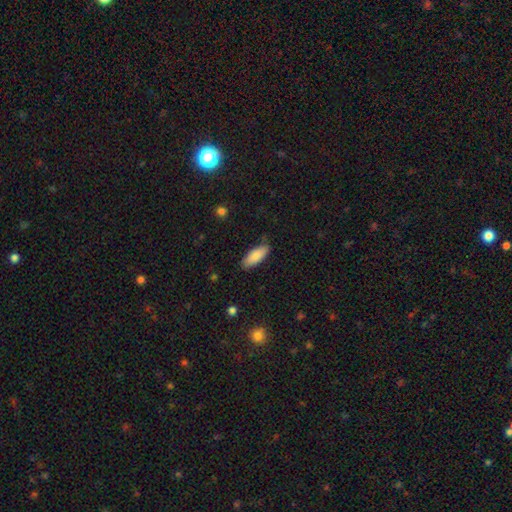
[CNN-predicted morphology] A smooth galaxy with no disk features (85%) that is in between round and cigar-shaped (74%).

Vote fractions:
- Smooth or featured? smooth: 85% / featured or disk: 9% / star or artifact: 6%
- How rounded? in between: 74% / cigar-shaped: 24% / round: 2%
- Merging? none: 83% / minor disturbance: 13% / major disturbance: 2% / merger: 1%